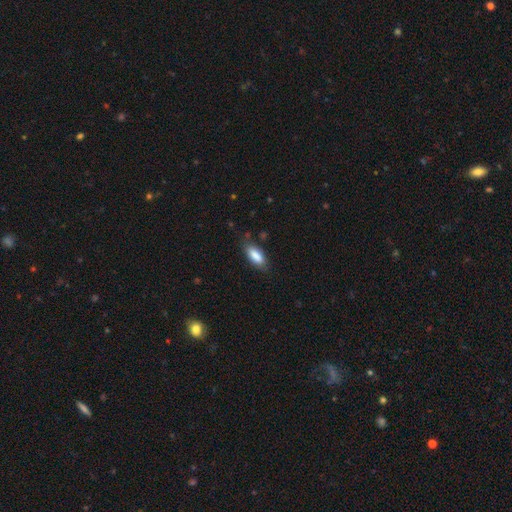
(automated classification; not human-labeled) Smooth or featured: smooth — 85% (featured or disk — 8%)
How rounded: in between — 79% (cigar-shaped — 19%)
Merging: none — 78% (minor disturbance — 17%)